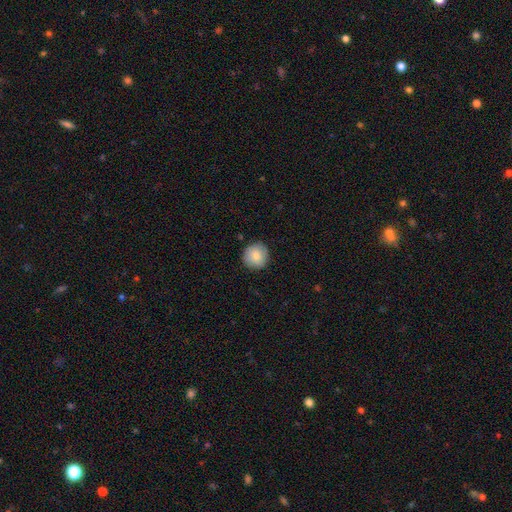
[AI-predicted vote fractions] A smooth galaxy with no disk features (81%) that is round (94%). Merging: none (88%).